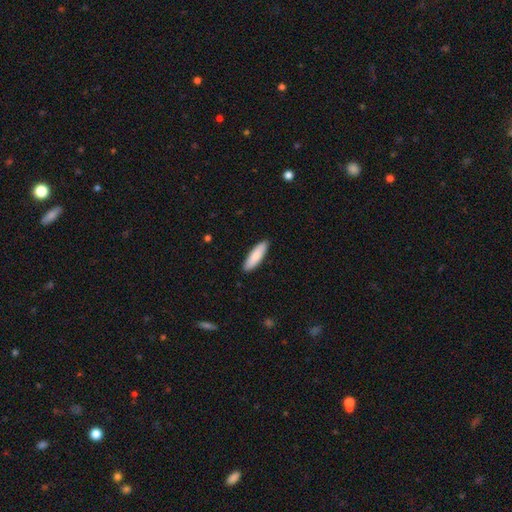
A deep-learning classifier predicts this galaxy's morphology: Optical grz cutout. It shows a smooth galaxy with no disk features (86%) that is cigar-shaped (58%). Merging: none (90%).